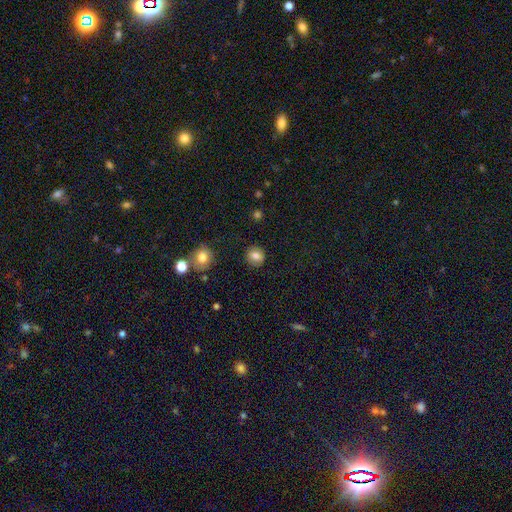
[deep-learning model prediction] This is clearly a smooth galaxy (81%). How rounded: clearly round (83%). Merging: clearly none (90%).